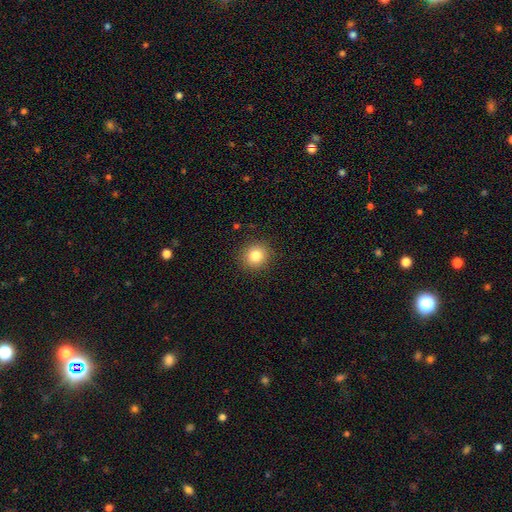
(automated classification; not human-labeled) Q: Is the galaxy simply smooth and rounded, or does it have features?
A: smooth — 82%.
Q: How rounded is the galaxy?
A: round — 87%.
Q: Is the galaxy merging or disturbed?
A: none — 90%.